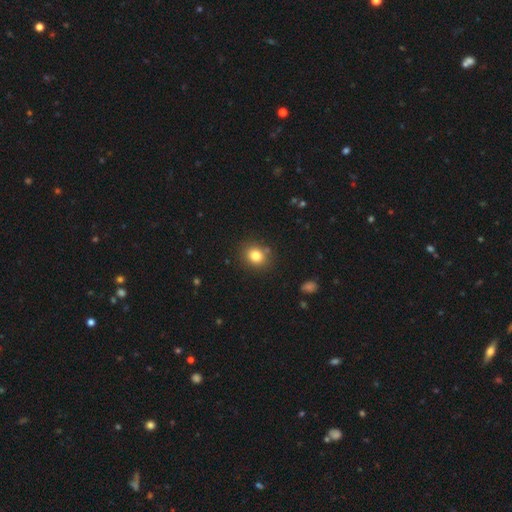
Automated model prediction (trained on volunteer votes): smooth-or-featured: smooth: 81% | star or artifact: 11% | featured or disk: 8%
  how-rounded: round: 66% | in between: 33% | cigar-shaped: 1%
  merging: none: 83% | minor disturbance: 10% | merger: 4% | major disturbance: 3%